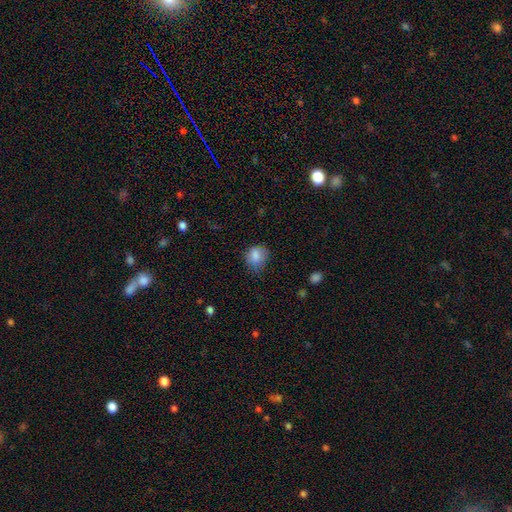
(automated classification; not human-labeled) Overall: smooth (81%). How rounded: round (65%; in between 34%). Merging: none (58%; minor disturbance 30%).